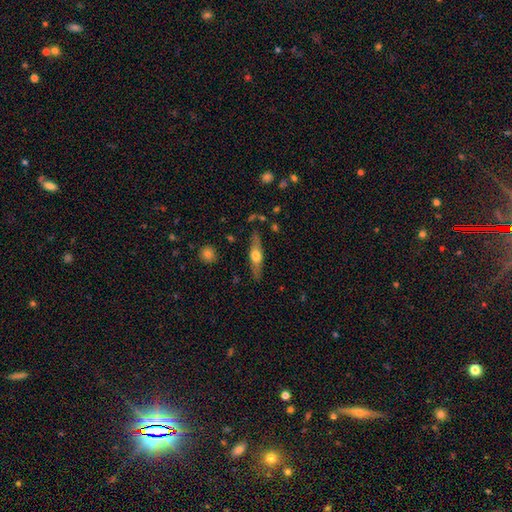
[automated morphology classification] Smooth or featured? Predicted: featured or disk (p=0.53). Edge-on disk? Predicted: yes (p=0.89). Merging? Predicted: none (p=0.83).